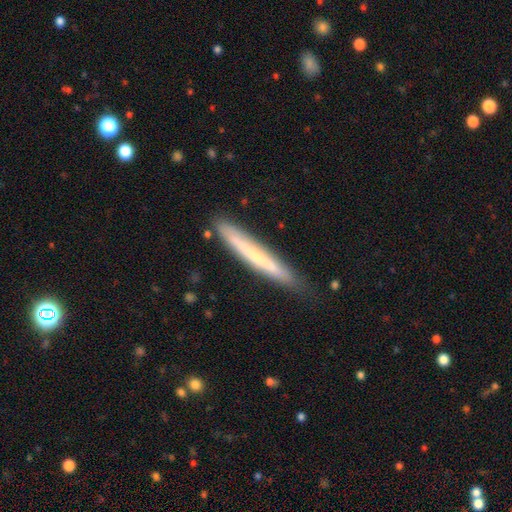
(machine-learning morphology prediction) Smooth or featured? smooth (51%)
How rounded? cigar-shaped (96%)
Merging? none (81%)